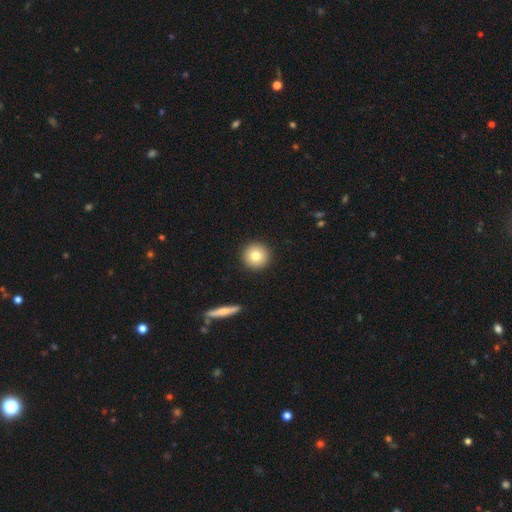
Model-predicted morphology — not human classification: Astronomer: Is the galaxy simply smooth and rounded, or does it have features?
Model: smooth — 79%.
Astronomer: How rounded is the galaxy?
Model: round — 96%.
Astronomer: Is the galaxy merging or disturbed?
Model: none — 93%.